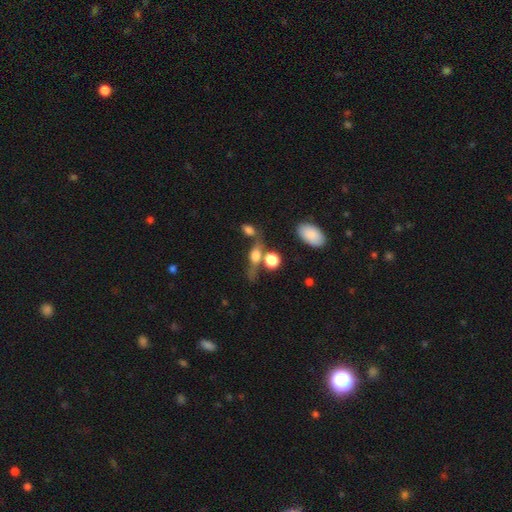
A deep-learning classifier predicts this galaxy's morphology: smooth-or-featured: smooth: 49% | featured or disk: 37% | star or artifact: 13%
  merging: none: 54% | merger: 21% | minor disturbance: 15% | major disturbance: 10%